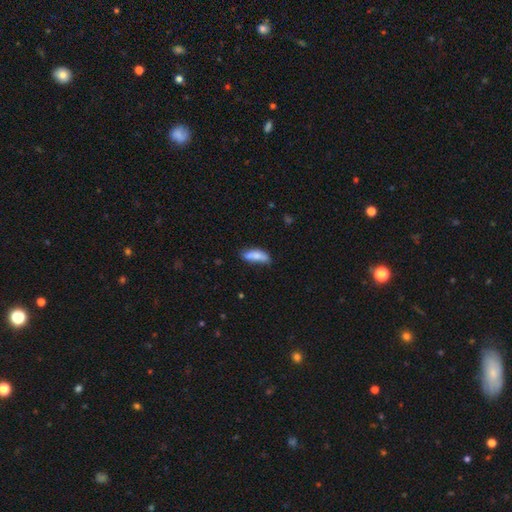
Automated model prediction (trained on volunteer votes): Q: Smooth or featured?
A: smooth (77%); runner-up: featured or disk (16%)
Q: How rounded?
A: in between (55%); runner-up: cigar-shaped (43%)
Q: Merging?
A: none (58%); runner-up: minor disturbance (28%)